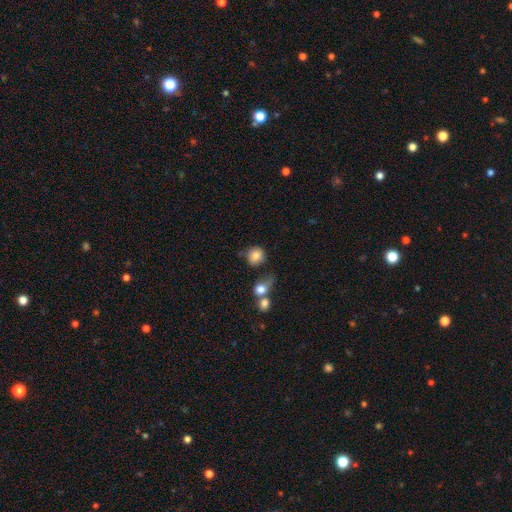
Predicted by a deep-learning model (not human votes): A smooth galaxy with no disk features (83%) that is round (84%).

Vote fractions:
- Smooth or featured? smooth: 83% / star or artifact: 9% / featured or disk: 8%
- How rounded? round: 84% / in between: 15% / cigar-shaped: 1%
- Merging? none: 58% / minor disturbance: 17% / merger: 17% / major disturbance: 8%